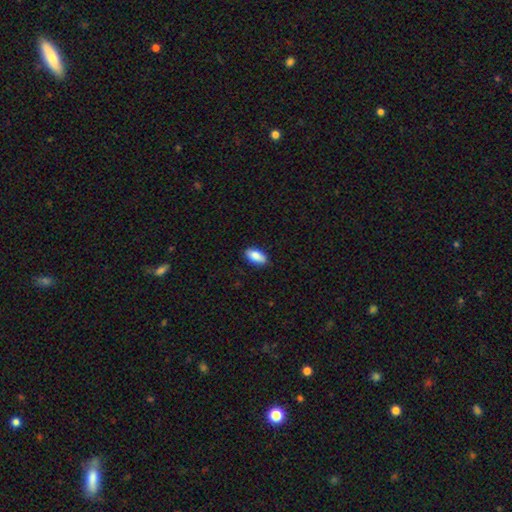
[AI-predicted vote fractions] smooth 87%, featured or disk 6%, star or artifact 6%. Down the decision tree: how rounded — in between (89%); merging — none (87%).